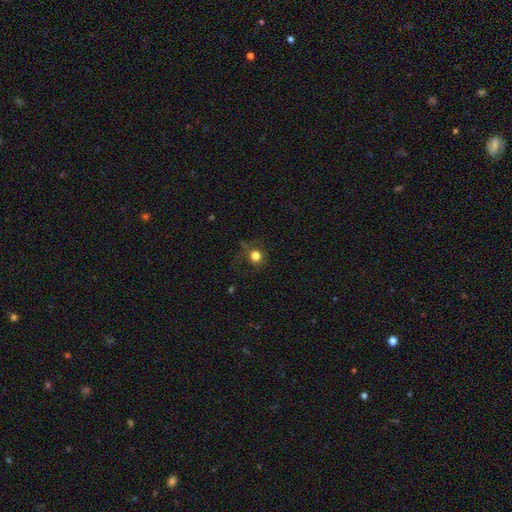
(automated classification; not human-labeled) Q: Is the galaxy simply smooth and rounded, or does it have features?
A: smooth — 77%.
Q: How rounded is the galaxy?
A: round — 91%.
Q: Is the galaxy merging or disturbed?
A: none — 75%.